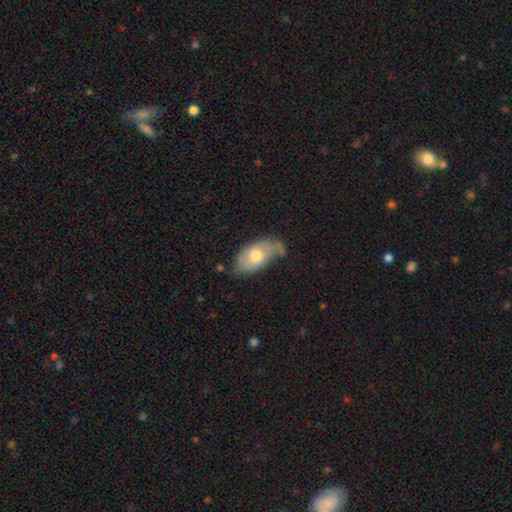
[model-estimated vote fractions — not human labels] smooth_or_featured: smooth (p=0.60) [alt: featured or disk p=0.34]
how_rounded: in between (p=0.92) [alt: round p=0.05]
merging: none (p=0.47) [alt: minor disturbance p=0.37]